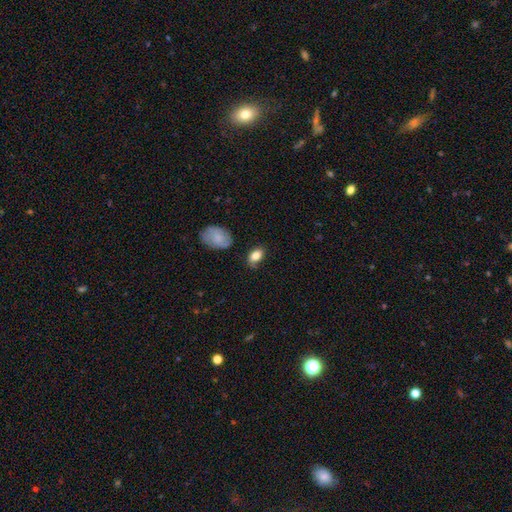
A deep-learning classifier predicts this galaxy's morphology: This appears to be a smooth galaxy with no disk features (82%) that is in between round and cigar-shaped (87%). Merging: none (63%).